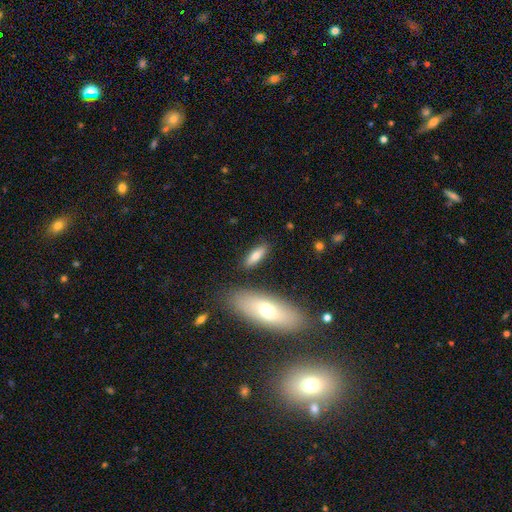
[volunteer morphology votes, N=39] Smooth or featured: smooth — 85% (star or artifact — 10%)
How rounded: in between — 48% (tied with cigar-shaped — 48%)
Merging: none — 71% (minor disturbance — 11%)